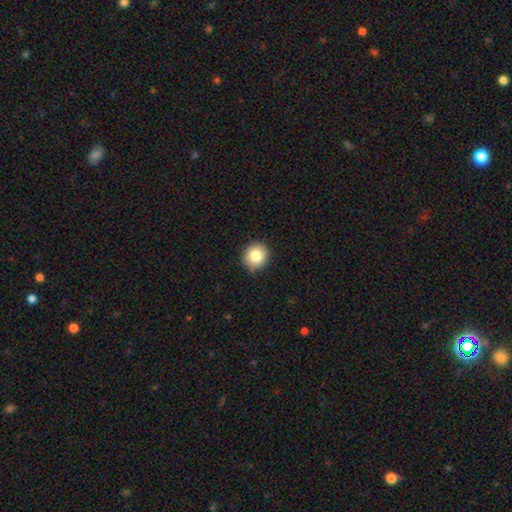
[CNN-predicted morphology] The model was most divided on "smooth or featured": smooth: 83%, star or artifact: 10%, featured or disk: 8%. More confident: merging — none (88%); how rounded — round (88%).